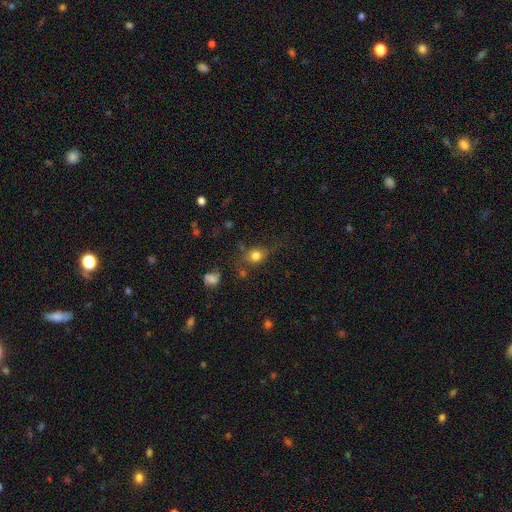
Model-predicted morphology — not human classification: Smooth or featured? Predicted: smooth (p=0.78). How rounded? Predicted: round (p=0.67). Merging? Predicted: none (p=0.64).